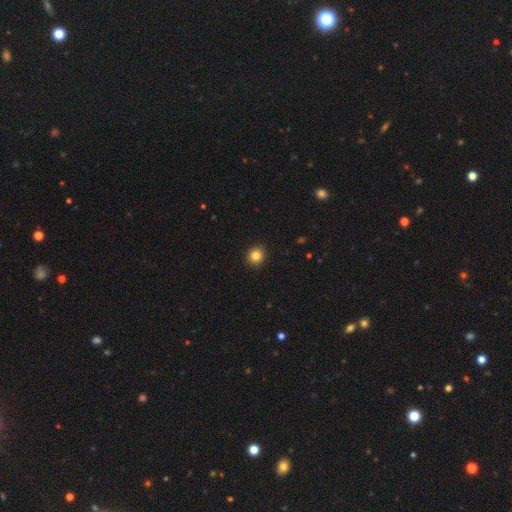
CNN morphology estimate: Smooth or featured? smooth (84%)
How rounded? round (91%)
Merging? none (92%)